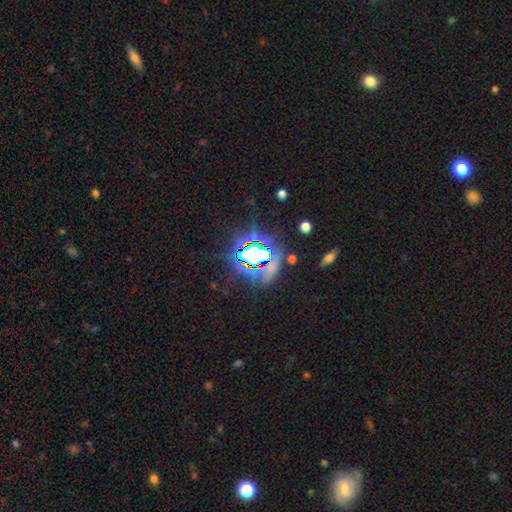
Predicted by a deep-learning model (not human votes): The model was most divided on "smooth or featured": star or artifact: 73%, smooth: 15%, featured or disk: 12%.